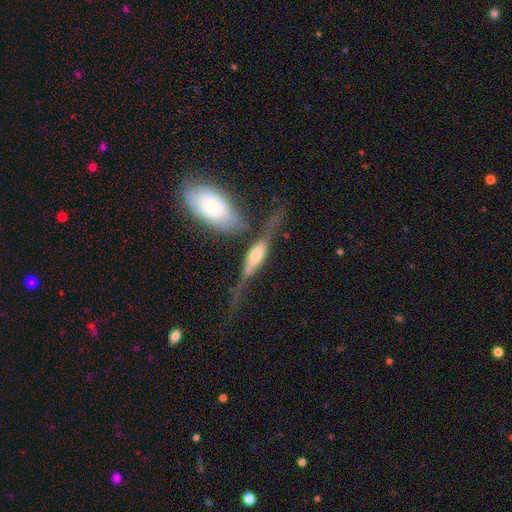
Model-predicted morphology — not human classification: A featured or disk galaxy (77%) viewed edge-on (88%) with a rounded central bulge (63%).

Vote fractions:
- Smooth or featured? featured or disk: 77% / smooth: 17% / star or artifact: 6%
- Edge-on disk? yes: 88% / no: 12%
- Edge-on bulge? rounded: 63% / boxy: 31% / none: 6%
- Merging? none: 43% / merger: 24% / minor disturbance: 18% / major disturbance: 15%